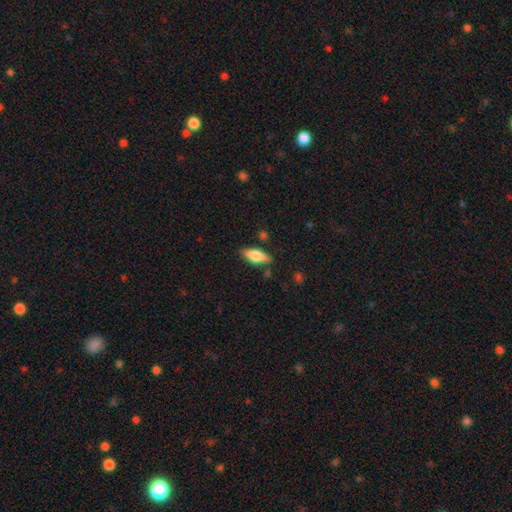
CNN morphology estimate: A smooth galaxy with no disk features (72%) that is in between round and cigar-shaped (74%). Merging: none (81%).